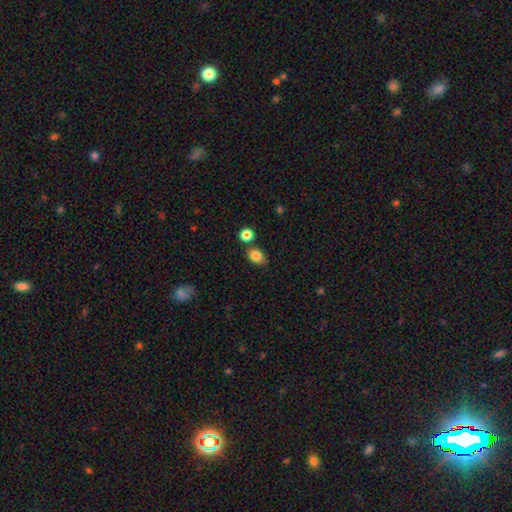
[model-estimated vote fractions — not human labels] smooth_or_featured: smooth (p=0.84) [alt: star or artifact p=0.10]
how_rounded: in between (p=0.59) [alt: round p=0.39]
merging: none (p=0.71) [alt: minor disturbance p=0.13]